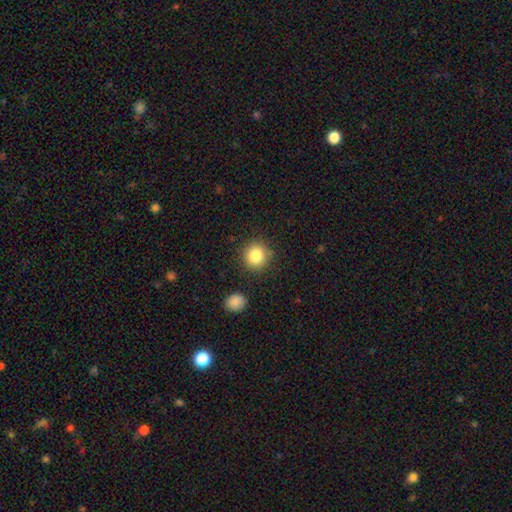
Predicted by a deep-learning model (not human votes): Q: Smooth or featured?
A: smooth (83%); runner-up: star or artifact (10%)
Q: How rounded?
A: round (91%); runner-up: in between (8%)
Q: Merging?
A: none (85%); runner-up: minor disturbance (9%)